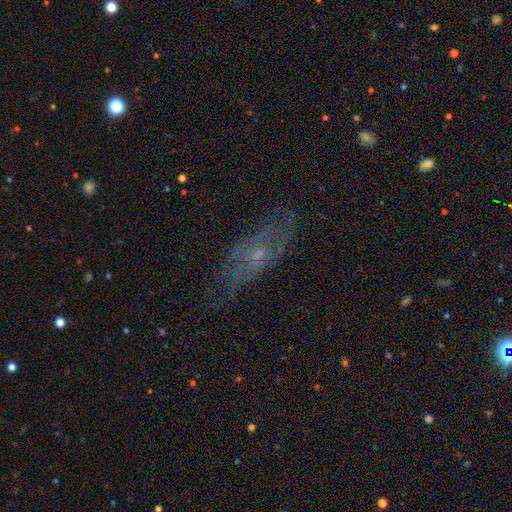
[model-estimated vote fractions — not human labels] Smooth or featured?
  - featured or disk: 54% *
  - smooth: 32%
  - star or artifact: 14%
Edge-on disk?
  - no: 80% *
  - yes: 20%
Merging?
  - none: 62% *
  - minor disturbance: 22%
  - major disturbance: 13%
  - merger: 2%